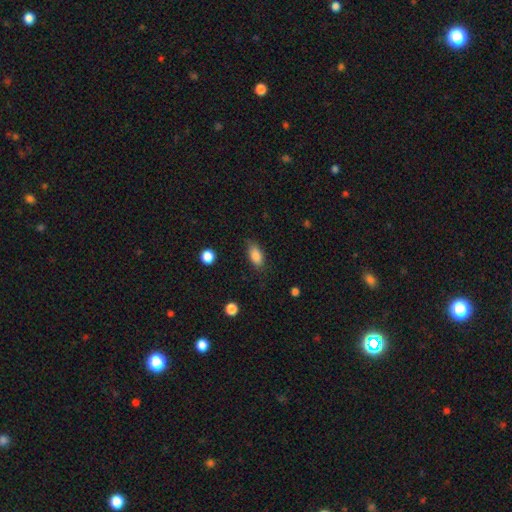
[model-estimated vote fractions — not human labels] Smooth or featured: smooth — 85% (star or artifact — 8%)
How rounded: in between — 88% (round — 6%)
Merging: none — 77% (minor disturbance — 17%)